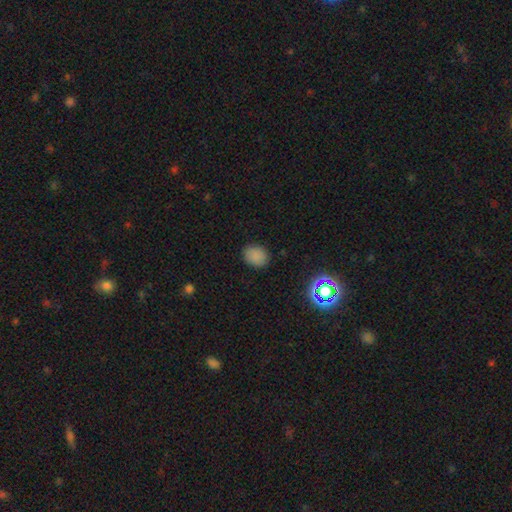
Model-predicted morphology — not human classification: The model was most divided on "how rounded": in between: 51%, round: 48%, cigar-shaped: 1%. More confident: merging — none (87%); smooth or featured — smooth (83%).